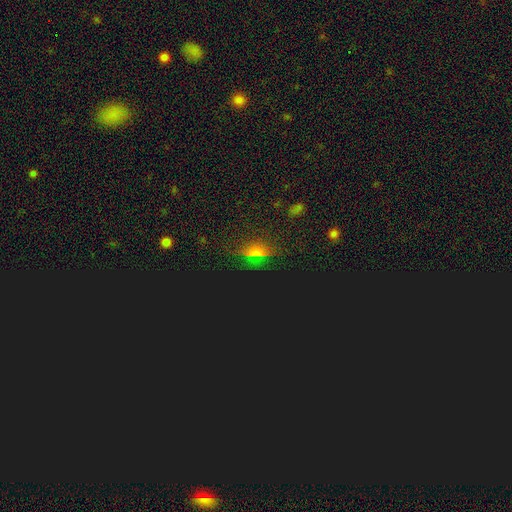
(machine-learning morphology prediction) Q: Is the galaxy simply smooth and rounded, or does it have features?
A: star or artifact — 57%.